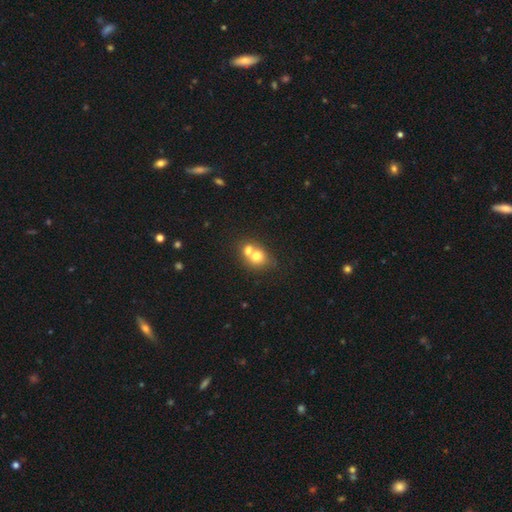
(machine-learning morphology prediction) Smooth or featured? Predicted: smooth (p=0.70). How rounded? Predicted: round (p=0.70). Merging? Predicted: merger (p=0.60).